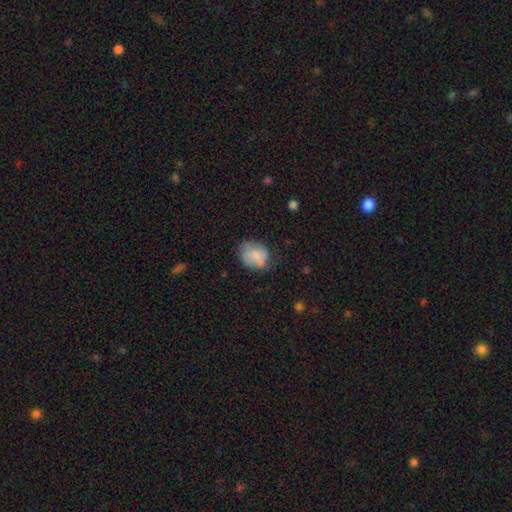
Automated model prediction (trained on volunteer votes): The model was most divided on "how rounded": round: 60%, in between: 39%, cigar-shaped: 1%. More confident: smooth or featured — smooth (77%); merging — none (54%).